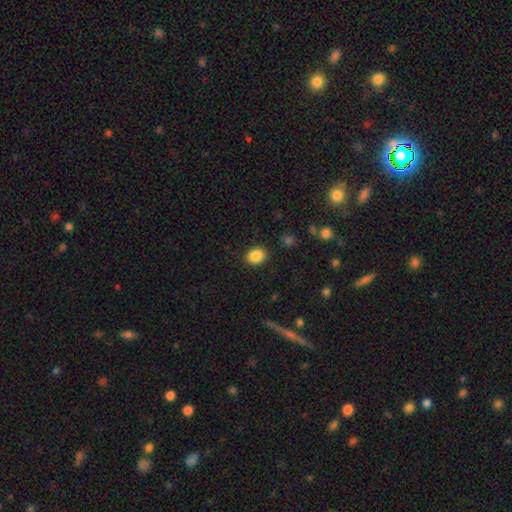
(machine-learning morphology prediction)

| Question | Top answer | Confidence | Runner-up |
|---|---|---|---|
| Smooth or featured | smooth | 87% | star or artifact (9%) |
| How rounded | in between | 54% | round (45%) |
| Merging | none | 88% | minor disturbance (8%) |